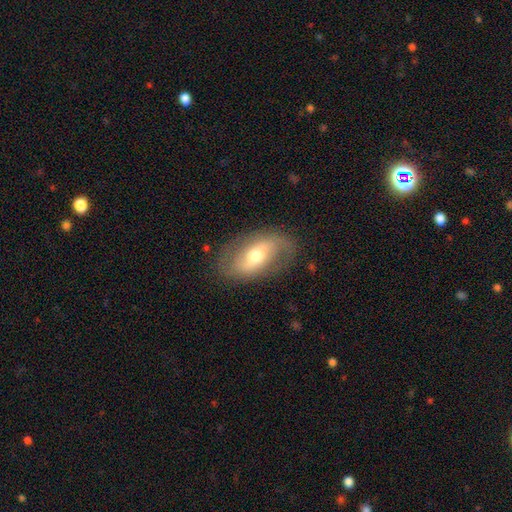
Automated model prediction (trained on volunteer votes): Q: Smooth or featured?
A: featured or disk (68%); runner-up: smooth (25%)
Q: Edge-on disk?
A: no (93%); runner-up: yes (7%)
Q: Bar?
A: weak (41%); runner-up: strong (32%)
Q: Spiral arms?
A: yes (78%); runner-up: no (22%)
Q: Bulge size?
A: moderate (68%); runner-up: small (21%)
Q: Merging?
A: none (78%); runner-up: minor disturbance (15%)